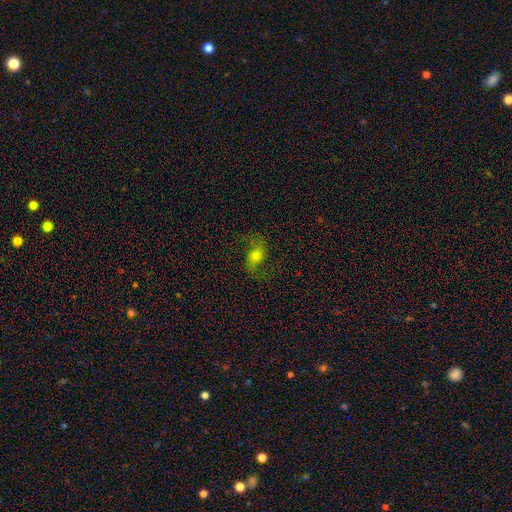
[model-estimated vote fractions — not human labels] The model was most divided on "bulge size": moderate: 51%, small: 24%, large: 17%, none: 4%, dominant: 4%. More confident: edge-on disk — no (94%); spiral arms — yes (90%); merging — none (71%); smooth or featured — featured or disk (59%); bar — no (59%).